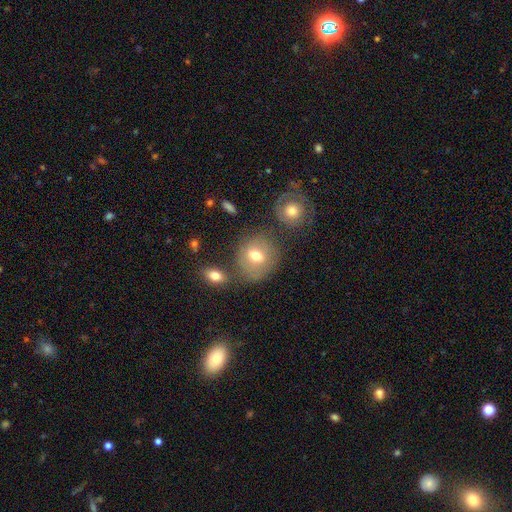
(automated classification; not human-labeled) A smooth galaxy with no disk features (67%) that is round (75%).

Vote fractions:
- Smooth or featured? smooth: 67% / featured or disk: 23% / star or artifact: 10%
- How rounded? round: 75% / in between: 24% / cigar-shaped: 1%
- Merging? none: 68% / minor disturbance: 16% / merger: 10% / major disturbance: 6%